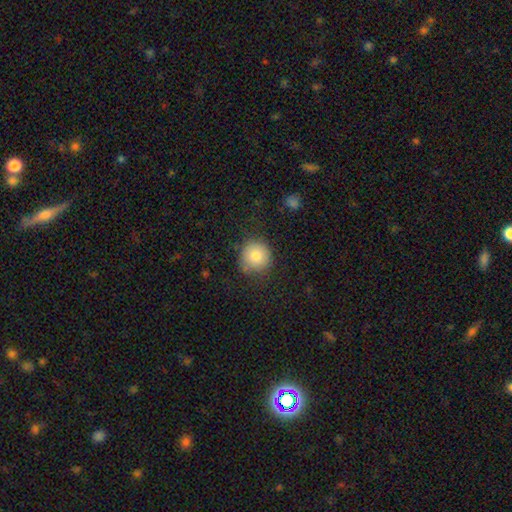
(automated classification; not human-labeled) The model was most divided on "merging": none: 79%, minor disturbance: 15%, major disturbance: 4%, merger: 2%. More confident: how rounded — round (92%); smooth or featured — smooth (80%).